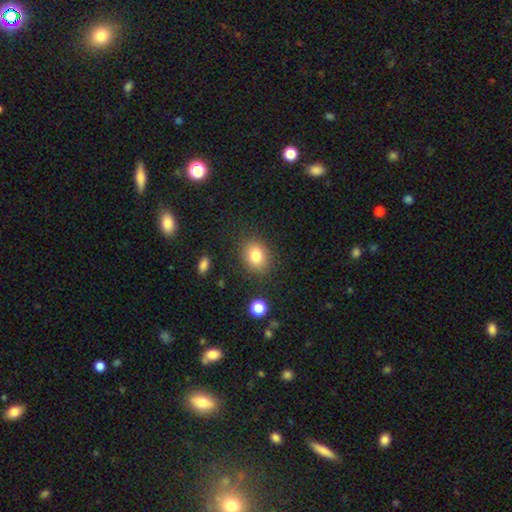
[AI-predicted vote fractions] Smooth or featured? Predicted: smooth (p=0.81). How rounded? Predicted: in between (p=0.50). Merging? Predicted: none (p=0.85).